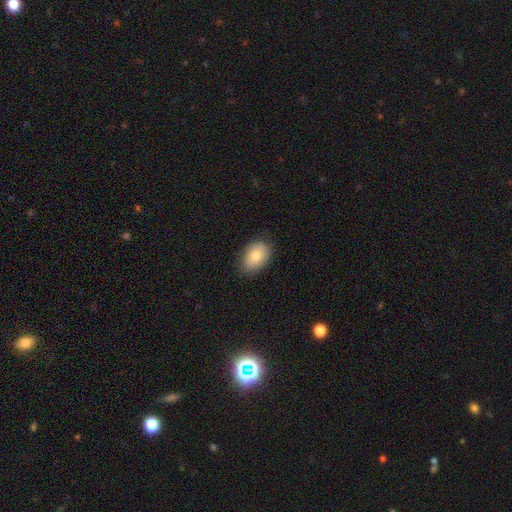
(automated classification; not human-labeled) Smooth or featured? Predicted: smooth (p=0.80). How rounded? Predicted: in between (p=0.86). Merging? Predicted: none (p=0.80).